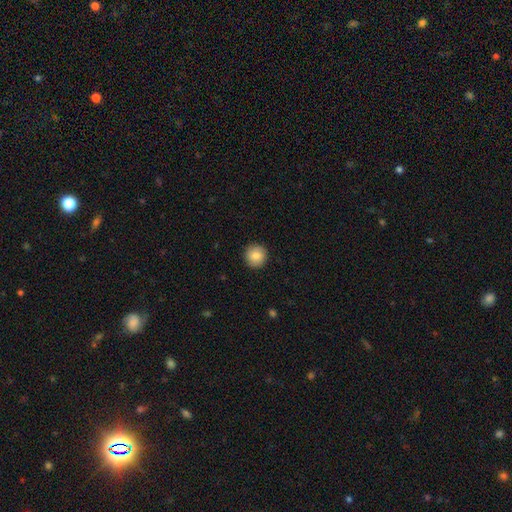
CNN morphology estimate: Smooth or featured: smooth — 84% (star or artifact — 8%)
How rounded: round — 94% (in between — 5%)
Merging: none — 91% (minor disturbance — 6%)